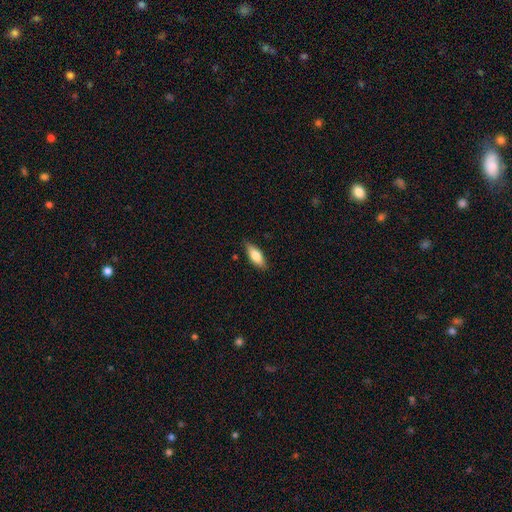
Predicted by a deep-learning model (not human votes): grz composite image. It shows a smooth galaxy with no disk features (75%) that is in between round and cigar-shaped (69%). Merging: none (84%).